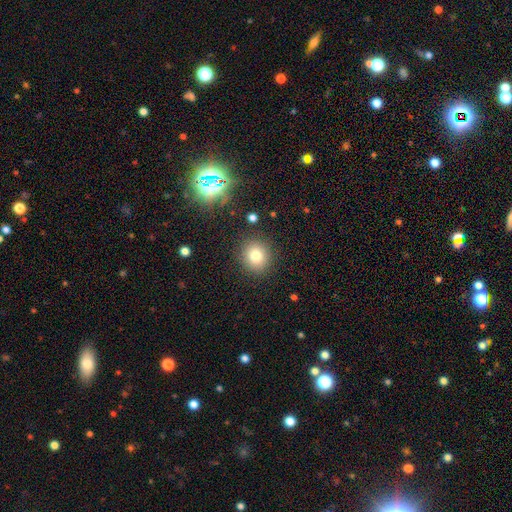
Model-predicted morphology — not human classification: Overall: smooth (77%). How rounded: round (87%). Merging: none (88%).